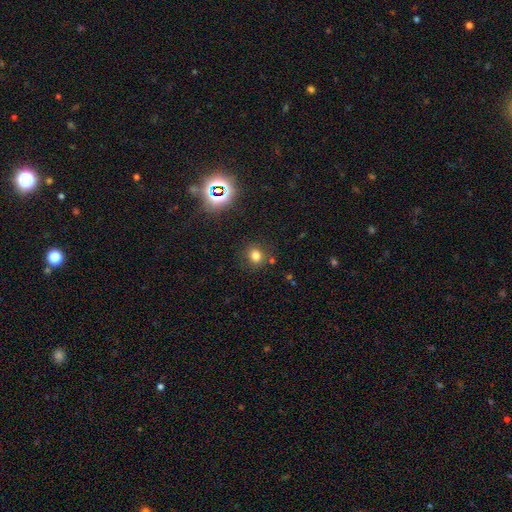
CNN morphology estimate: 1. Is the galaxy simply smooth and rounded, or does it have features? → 76% smooth, 17% star or artifact, 7% featured or disk.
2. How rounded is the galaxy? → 75% round, 24% in between, 1% cigar-shaped.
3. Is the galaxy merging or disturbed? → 81% none, 10% minor disturbance, 5% merger, 4% major disturbance.